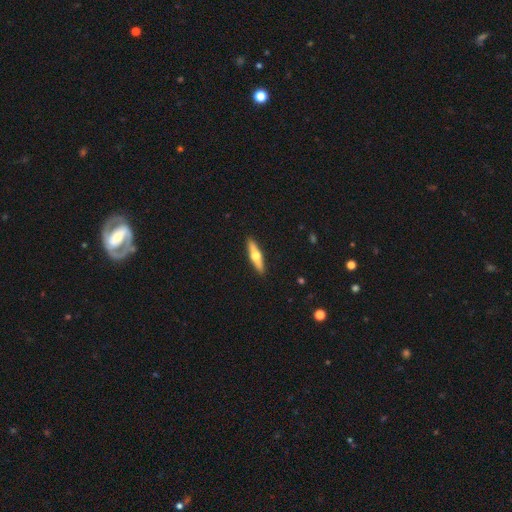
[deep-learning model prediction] smooth_or_featured: featured or disk (p=0.59) [alt: smooth p=0.36]
disk_edge_on: yes (p=0.94) [alt: no p=0.06]
edge_on_bulge: rounded (p=0.95) [alt: none p=0.02]
merging: none (p=0.91) [alt: minor disturbance p=0.06]